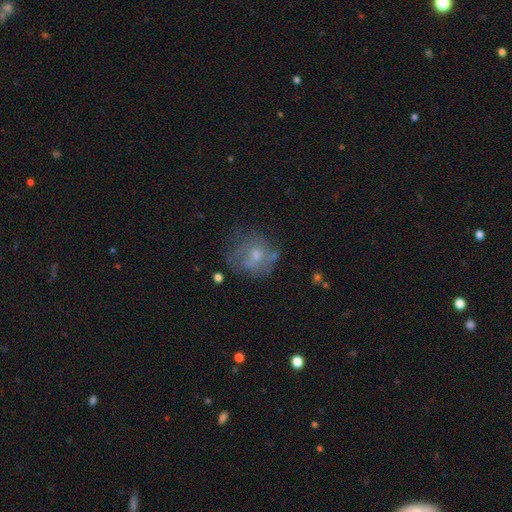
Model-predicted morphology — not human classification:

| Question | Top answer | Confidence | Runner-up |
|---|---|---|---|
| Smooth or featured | smooth | 45% | featured or disk (44%) |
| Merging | none | 51% | minor disturbance (25%) |